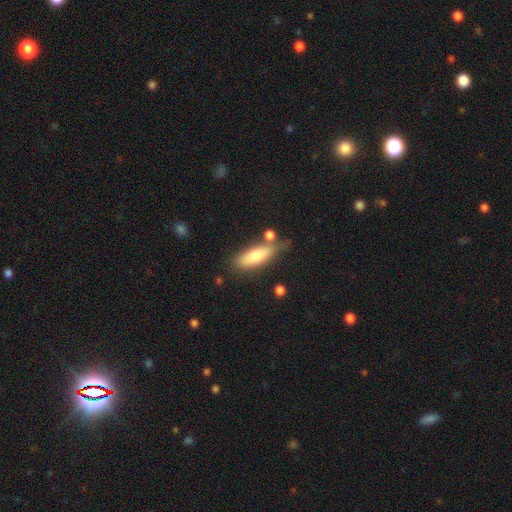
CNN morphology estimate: Smooth or featured?
  - smooth: 70% *
  - featured or disk: 23%
  - star or artifact: 7%
How rounded?
  - in between: 54% *
  - cigar-shaped: 43%
  - round: 2%
Merging?
  - none: 65% *
  - minor disturbance: 19%
  - merger: 10%
  - major disturbance: 5%